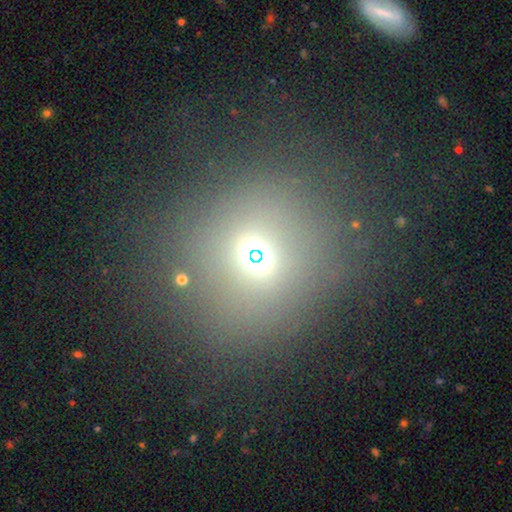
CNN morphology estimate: A smooth galaxy with no disk features (55%) that is round (82%). Merging: none (76%).